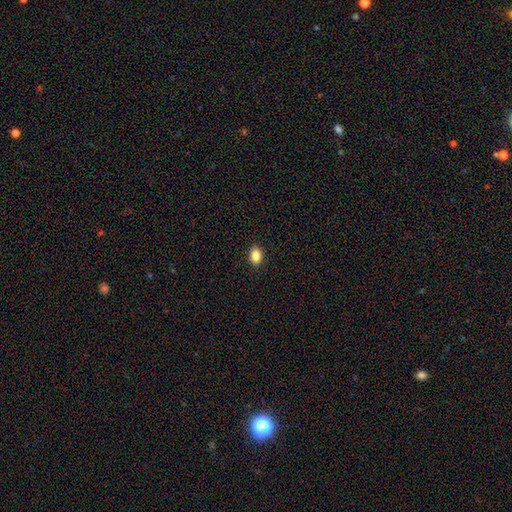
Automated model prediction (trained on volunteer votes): Smooth or featured? Predicted: smooth (p=0.86). How rounded? Predicted: in between (p=0.80). Merging? Predicted: none (p=0.91).